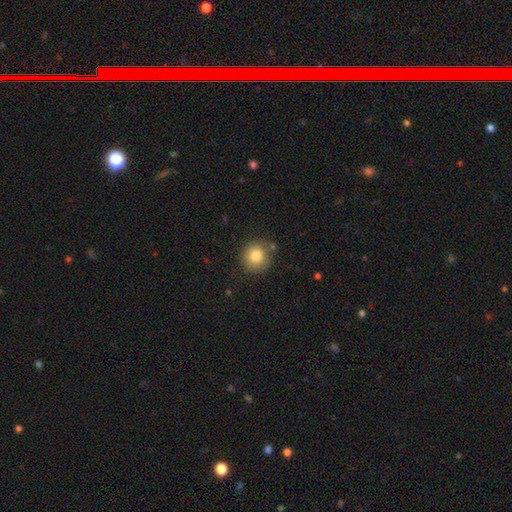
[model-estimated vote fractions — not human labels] smooth 82%, star or artifact 10%, featured or disk 8%. Down the decision tree: how rounded — round (90%); merging — none (80%).